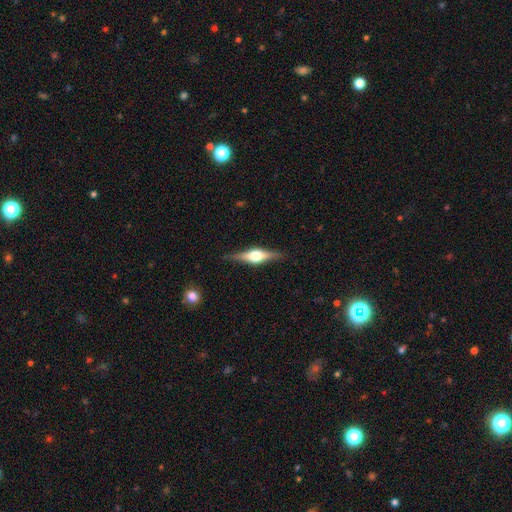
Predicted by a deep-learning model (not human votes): Smooth or featured: featured or disk — 73% (smooth — 21%)
Edge-on disk: yes — 97% (no — 3%)
Edge-on bulge: rounded — 92% (boxy — 7%)
Merging: none — 87% (minor disturbance — 10%)